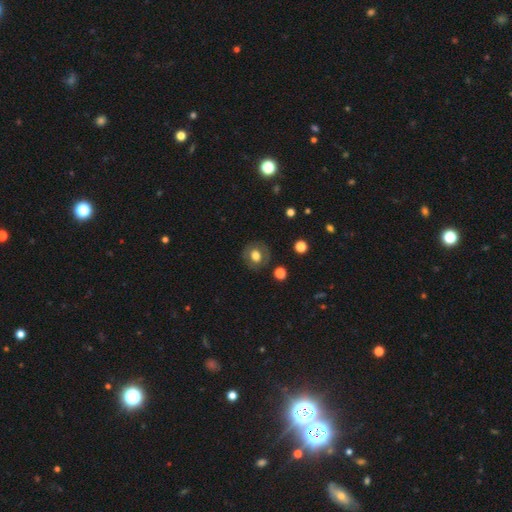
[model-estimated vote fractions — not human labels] Smooth or featured?
  - smooth: 62% *
  - featured or disk: 29%
  - star or artifact: 9%
How rounded?
  - round: 76% *
  - in between: 23%
  - cigar-shaped: 1%
Merging?
  - none: 83% *
  - minor disturbance: 11%
  - major disturbance: 4%
  - merger: 2%